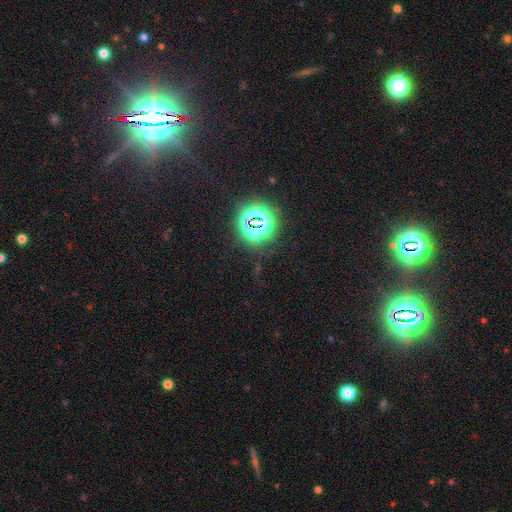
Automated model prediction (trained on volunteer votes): A star or artifact, not a galaxy (79%).